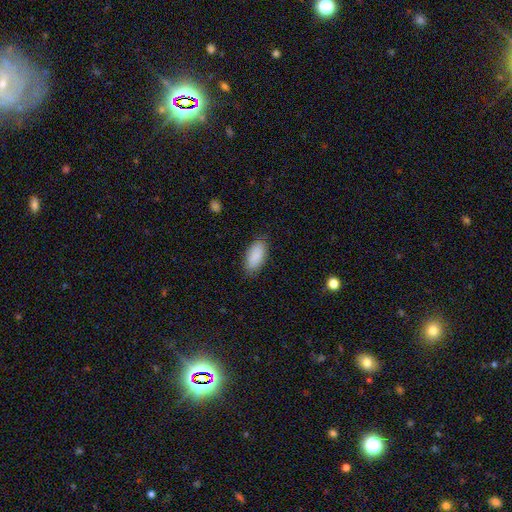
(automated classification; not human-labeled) Smooth or featured? Predicted: smooth (p=0.89). How rounded? Predicted: in between (p=0.91). Merging? Predicted: none (p=0.83).